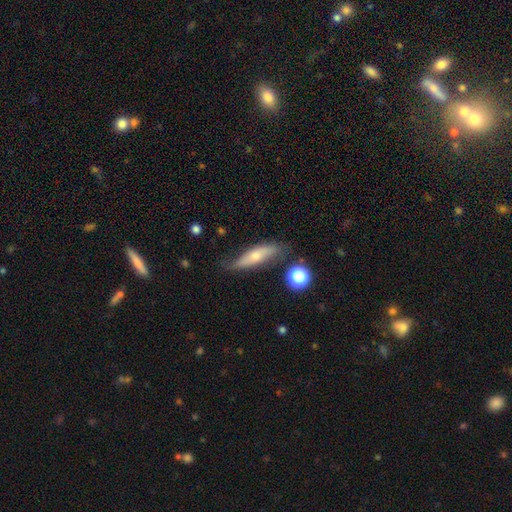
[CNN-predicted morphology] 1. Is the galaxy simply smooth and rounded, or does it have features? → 47% smooth, 45% featured or disk, 8% star or artifact.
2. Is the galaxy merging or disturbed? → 65% none, 25% minor disturbance, 7% major disturbance, 3% merger.